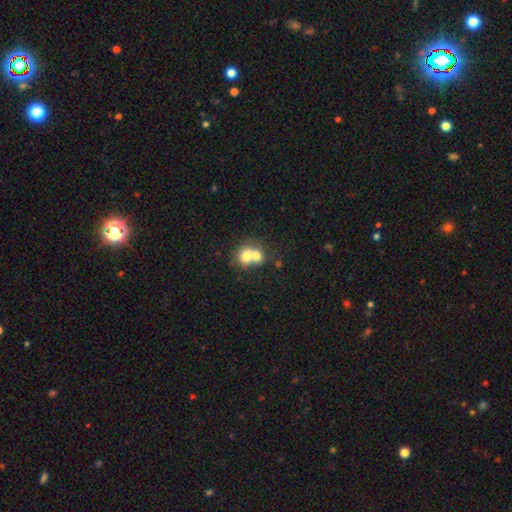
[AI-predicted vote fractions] The model was most divided on "how rounded": round: 60%, in between: 39%, cigar-shaped: 1%. More confident: merging — merger (71%); smooth or featured — smooth (69%).